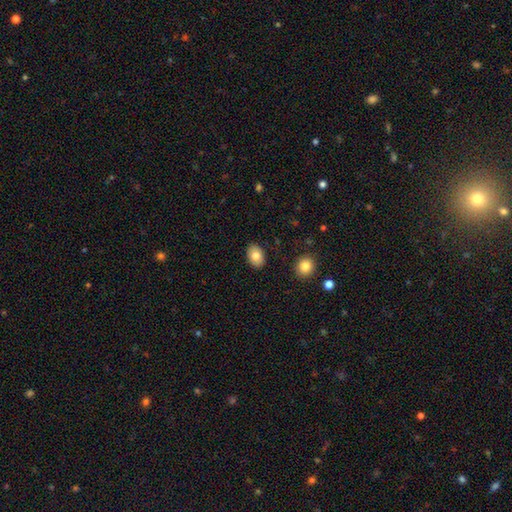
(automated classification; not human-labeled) Smooth or featured: smooth — 82% (featured or disk — 11%)
How rounded: in between — 83% (round — 16%)
Merging: none — 89% (minor disturbance — 8%)